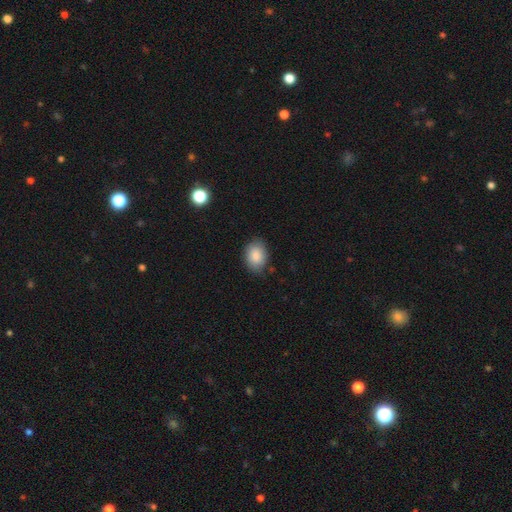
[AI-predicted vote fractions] Q: Smooth or featured?
A: smooth (87%); runner-up: star or artifact (7%)
Q: How rounded?
A: in between (76%); runner-up: round (23%)
Q: Merging?
A: none (79%); runner-up: minor disturbance (16%)